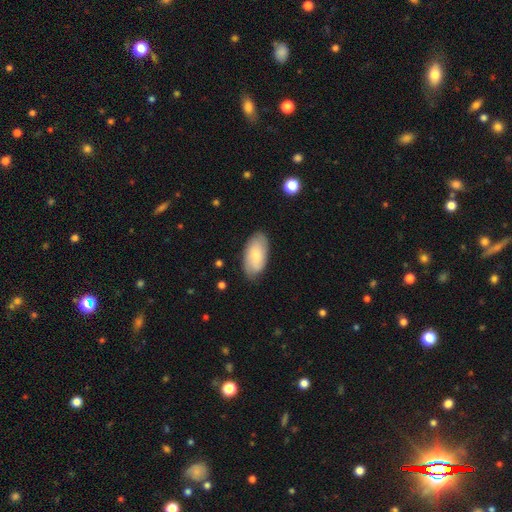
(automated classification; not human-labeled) The model was most divided on "smooth or featured": smooth: 67%, featured or disk: 27%, star or artifact: 6%. More confident: how rounded — in between (94%); merging — none (78%).